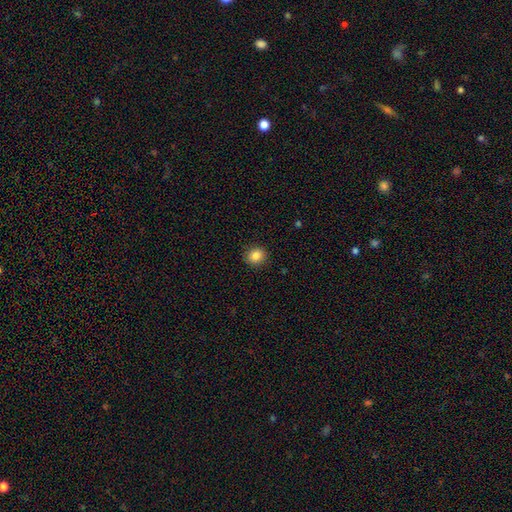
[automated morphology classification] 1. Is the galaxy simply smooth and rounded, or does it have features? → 85% smooth, 10% star or artifact, 5% featured or disk.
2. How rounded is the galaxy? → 84% round, 15% in between, 1% cigar-shaped.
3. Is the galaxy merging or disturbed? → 91% none, 6% minor disturbance, 2% major disturbance, 1% merger.